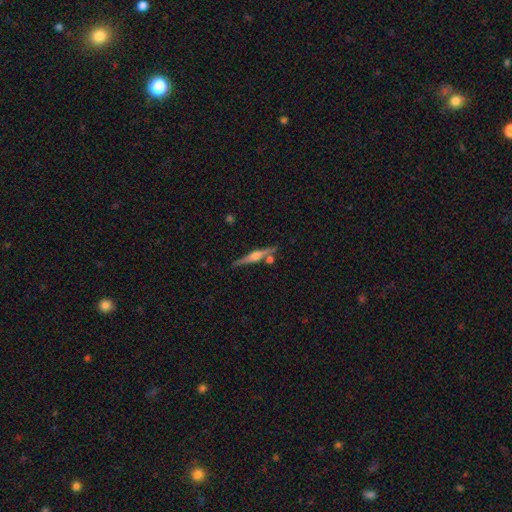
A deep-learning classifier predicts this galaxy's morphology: Q: Smooth or featured?
A: featured or disk (75%); runner-up: smooth (18%)
Q: Edge-on disk?
A: yes (98%); runner-up: no (2%)
Q: Edge-on bulge?
A: rounded (84%); runner-up: boxy (12%)
Q: Merging?
A: none (79%); runner-up: minor disturbance (10%)